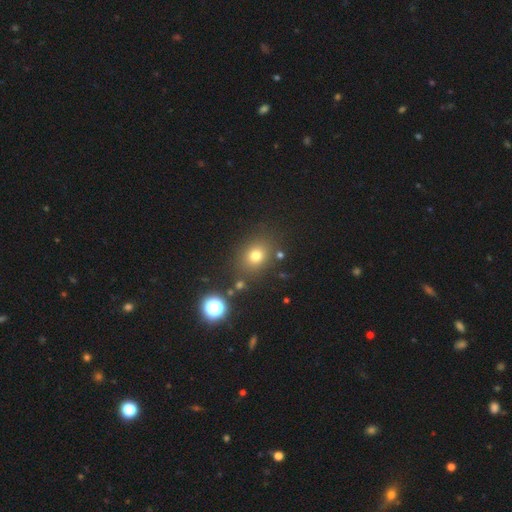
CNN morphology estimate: This is likely a smooth galaxy (73%). How rounded: likely round (64%). Merging: clearly none (81%).